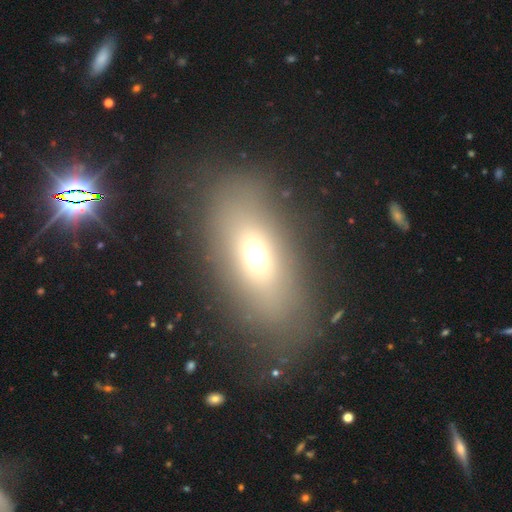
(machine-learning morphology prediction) smooth-or-featured: smooth: 60% | featured or disk: 24% | star or artifact: 16%
  how-rounded: in between: 76% | cigar-shaped: 14% | round: 10%
  merging: none: 73% | minor disturbance: 15% | major disturbance: 10% | merger: 2%